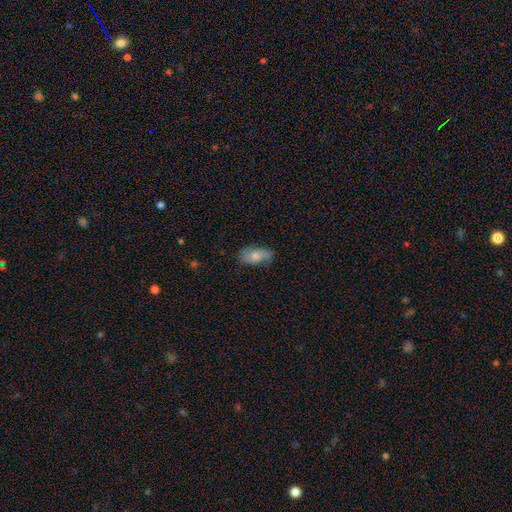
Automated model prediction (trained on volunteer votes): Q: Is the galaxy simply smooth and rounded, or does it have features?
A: smooth — 66%.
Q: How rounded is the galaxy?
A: in between — 91%.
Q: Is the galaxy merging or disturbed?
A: none — 66%.